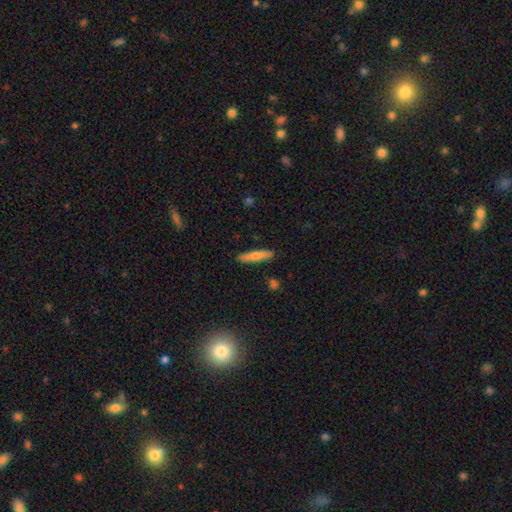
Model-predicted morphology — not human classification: Smooth or featured?
  - smooth: 73% *
  - featured or disk: 21%
  - star or artifact: 6%
How rounded?
  - cigar-shaped: 85% *
  - in between: 13%
  - round: 2%
Merging?
  - none: 89% *
  - minor disturbance: 8%
  - major disturbance: 2%
  - merger: 2%